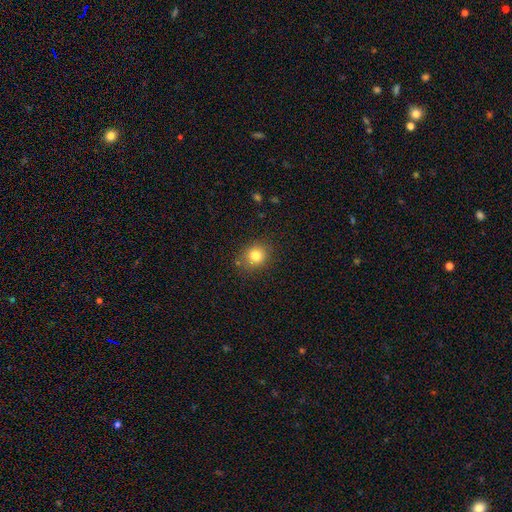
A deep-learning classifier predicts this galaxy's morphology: Smooth or featured? Predicted: smooth (p=0.81). How rounded? Predicted: round (p=0.75). Merging? Predicted: none (p=0.84).